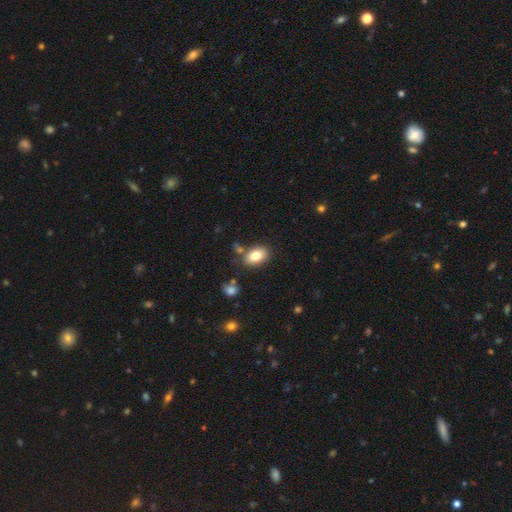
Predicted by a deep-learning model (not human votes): This appears to be a smooth galaxy with no disk features (81%) that is in between round and cigar-shaped (81%). Merging: none (75%).